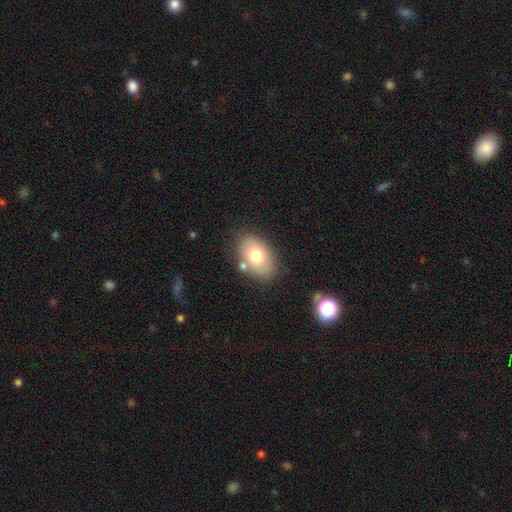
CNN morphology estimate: smooth_or_featured: smooth (p=0.72) [alt: featured or disk p=0.20]
how_rounded: in between (p=0.86) [alt: round p=0.13]
merging: none (p=0.75) [alt: minor disturbance p=0.14]